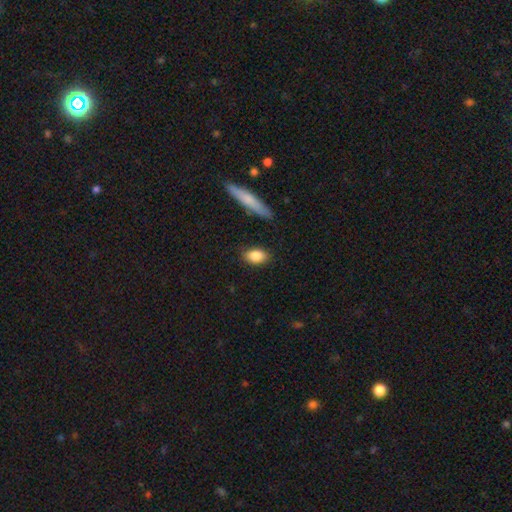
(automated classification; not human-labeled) A smooth galaxy with no disk features (84%) that is in between round and cigar-shaped (84%).

Vote fractions:
- Smooth or featured? smooth: 84% / featured or disk: 9% / star or artifact: 7%
- How rounded? in between: 84% / round: 11% / cigar-shaped: 5%
- Merging? none: 85% / minor disturbance: 11% / major disturbance: 2% / merger: 2%